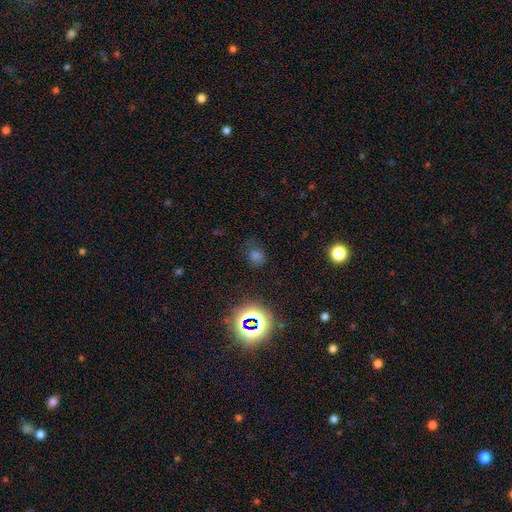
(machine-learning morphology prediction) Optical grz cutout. It shows a smooth galaxy with no disk features (54%) that is round (68%). Merging: none (74%).